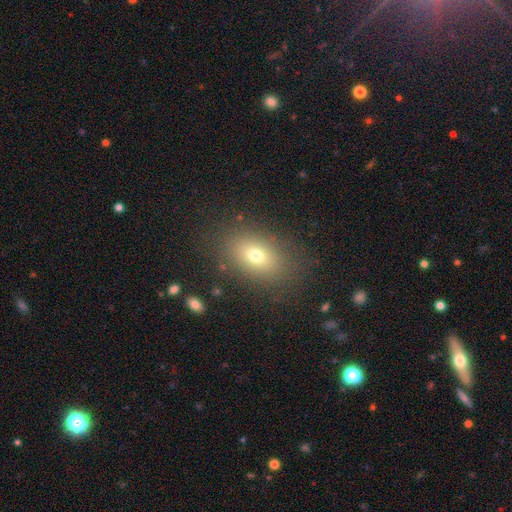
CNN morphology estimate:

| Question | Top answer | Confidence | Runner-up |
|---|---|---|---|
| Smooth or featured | smooth | 72% | featured or disk (15%) |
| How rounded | in between | 81% | round (17%) |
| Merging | none | 83% | minor disturbance (10%) |